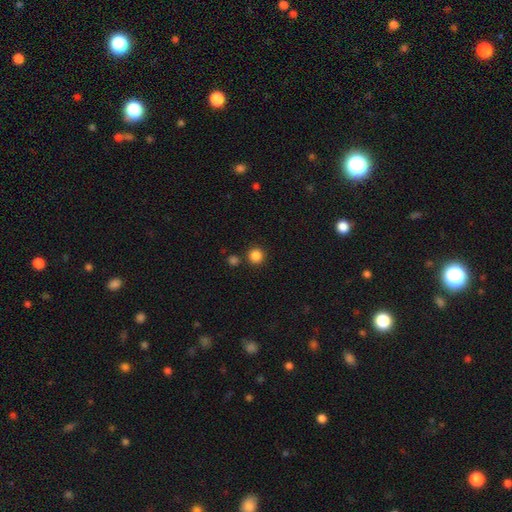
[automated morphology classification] A smooth galaxy with no disk features (85%) that is round (95%).

Vote fractions:
- Smooth or featured? smooth: 85% / star or artifact: 12% / featured or disk: 3%
- How rounded? round: 95% / in between: 4% / cigar-shaped: 1%
- Merging? none: 86% / merger: 6% / minor disturbance: 6% / major disturbance: 2%